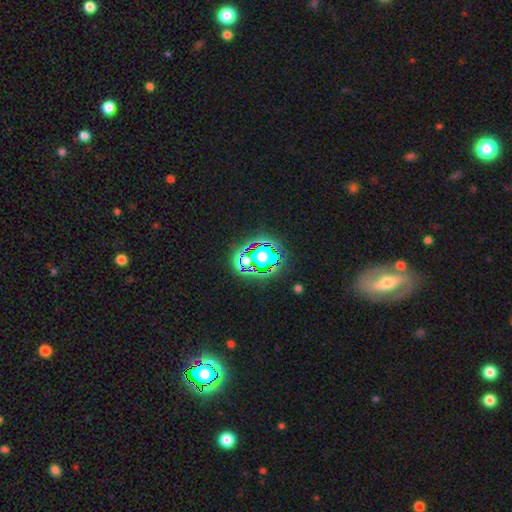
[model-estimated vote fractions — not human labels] The model was most divided on "smooth or featured": star or artifact: 74%, smooth: 15%, featured or disk: 11%.